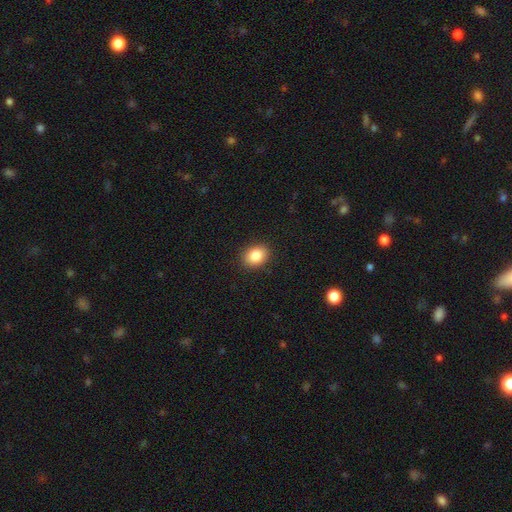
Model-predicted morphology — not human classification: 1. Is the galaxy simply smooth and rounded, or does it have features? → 86% smooth, 9% star or artifact, 6% featured or disk.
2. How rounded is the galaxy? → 59% in between, 40% round, 1% cigar-shaped.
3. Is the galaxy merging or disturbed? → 90% none, 7% minor disturbance, 2% major disturbance, 1% merger.